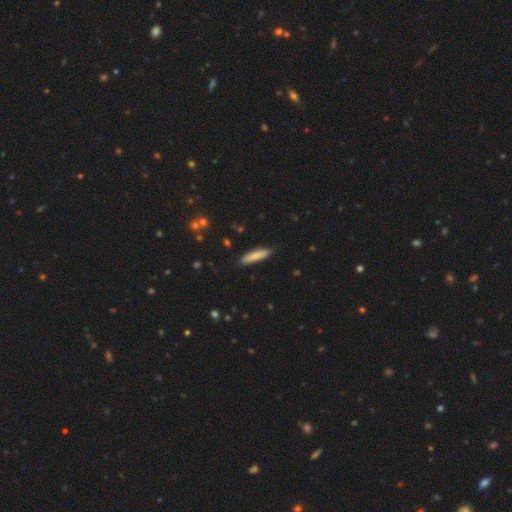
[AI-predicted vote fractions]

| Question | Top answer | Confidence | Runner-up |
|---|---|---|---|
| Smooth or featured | smooth | 82% | featured or disk (12%) |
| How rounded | cigar-shaped | 78% | in between (21%) |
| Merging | none | 86% | minor disturbance (10%) |